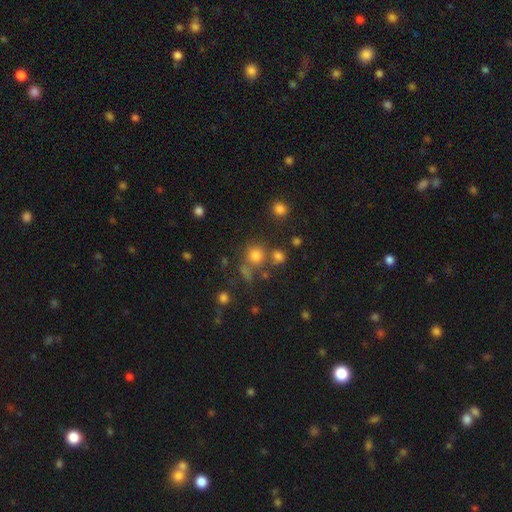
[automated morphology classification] Smooth or featured?
  - smooth: 73% *
  - star or artifact: 19%
  - featured or disk: 8%
How rounded?
  - round: 91% *
  - in between: 8%
  - cigar-shaped: 1%
Merging?
  - none: 67% *
  - merger: 18%
  - minor disturbance: 10%
  - major disturbance: 5%